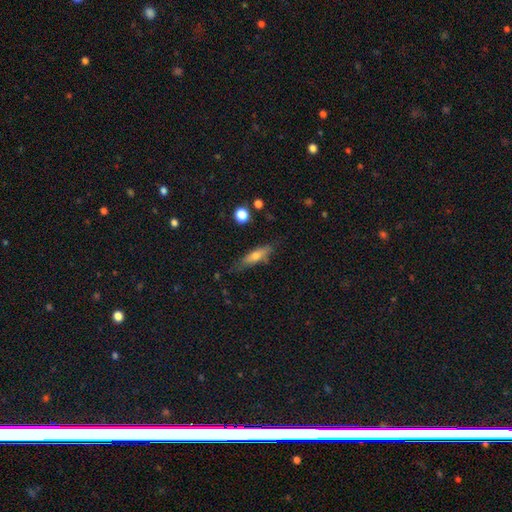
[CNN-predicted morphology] This appears to be a smooth galaxy with no disk features (53%) that is cigar-shaped (70%). Merging: none (76%).